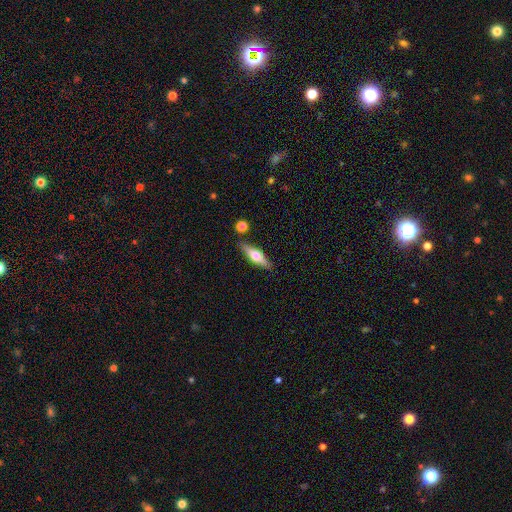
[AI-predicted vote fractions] Smooth or featured? Predicted: smooth (p=0.49). Merging? Predicted: none (p=0.83).